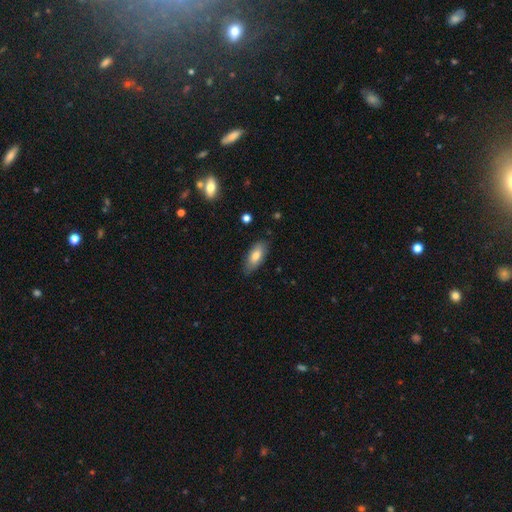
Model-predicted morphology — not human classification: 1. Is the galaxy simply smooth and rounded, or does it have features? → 78% smooth, 15% featured or disk, 7% star or artifact.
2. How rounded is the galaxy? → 81% in between, 16% cigar-shaped, 2% round.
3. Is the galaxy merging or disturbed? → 82% none, 14% minor disturbance, 3% major disturbance, 1% merger.